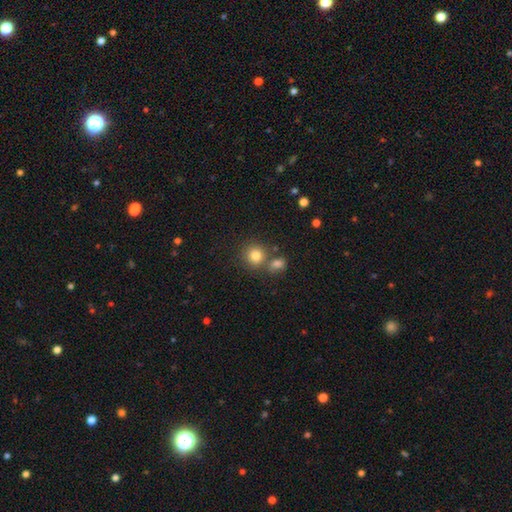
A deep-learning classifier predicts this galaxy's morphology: A smooth galaxy with no disk features (81%) that is round (86%).

Vote fractions:
- Smooth or featured? smooth: 81% / star or artifact: 11% / featured or disk: 7%
- How rounded? round: 86% / in between: 13% / cigar-shaped: 1%
- Merging? none: 65% / merger: 22% / minor disturbance: 9% / major disturbance: 3%